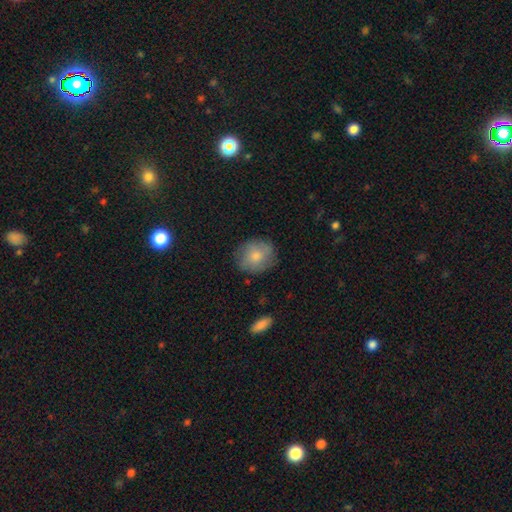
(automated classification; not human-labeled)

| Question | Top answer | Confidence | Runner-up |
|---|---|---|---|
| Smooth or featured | smooth | 76% | featured or disk (17%) |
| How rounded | round | 73% | in between (26%) |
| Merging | none | 78% | minor disturbance (16%) |